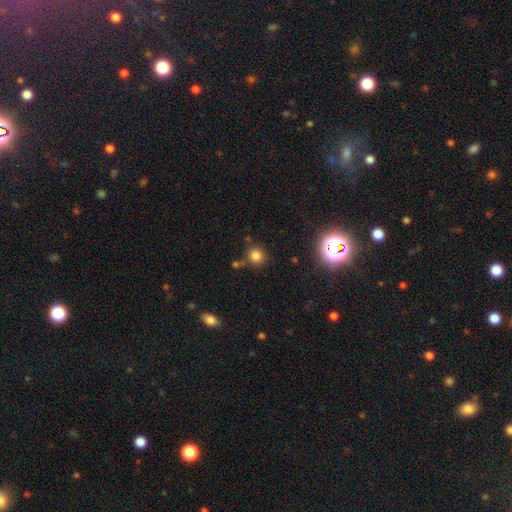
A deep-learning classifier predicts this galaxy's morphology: type=smooth (78%); roundness=round (89%); merging=none (73%).